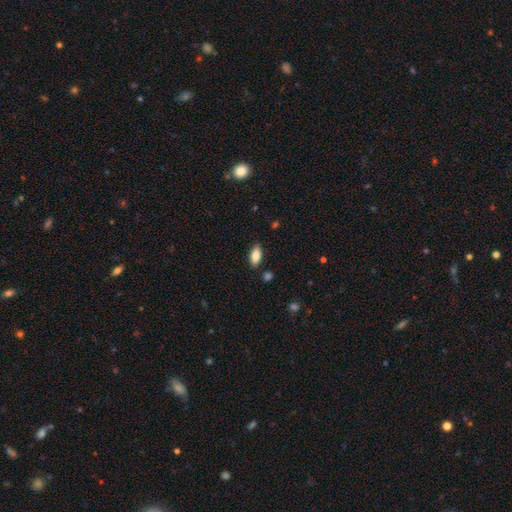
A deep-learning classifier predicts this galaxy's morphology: smooth 82%, featured or disk 11%, star or artifact 7%. Down the decision tree: how rounded — in between (86%); merging — none (84%).